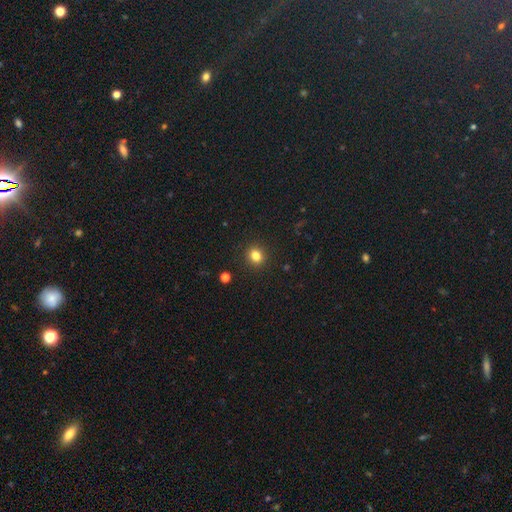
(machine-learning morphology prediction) This appears to be a smooth galaxy with no disk features (82%) that is round (75%). Merging: none (91%).